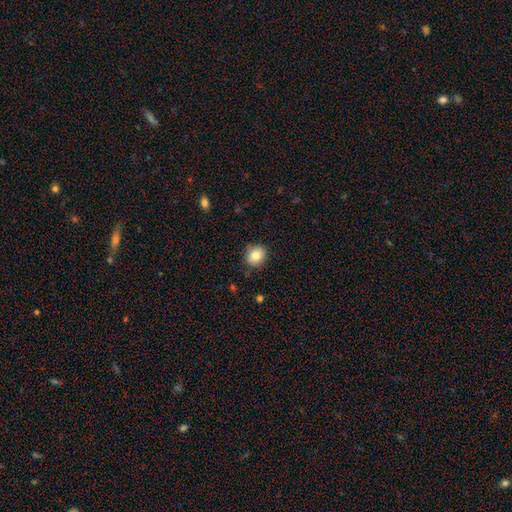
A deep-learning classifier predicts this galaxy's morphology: smooth_or_featured: smooth (p=0.81) [alt: star or artifact p=0.10]
how_rounded: round (p=0.82) [alt: in between p=0.17]
merging: none (p=0.86) [alt: minor disturbance p=0.10]